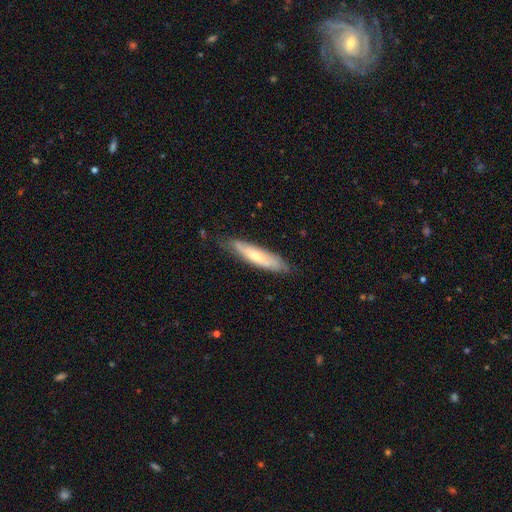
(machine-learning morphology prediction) Smooth or featured? smooth (54%)
How rounded? cigar-shaped (77%)
Merging? none (71%)